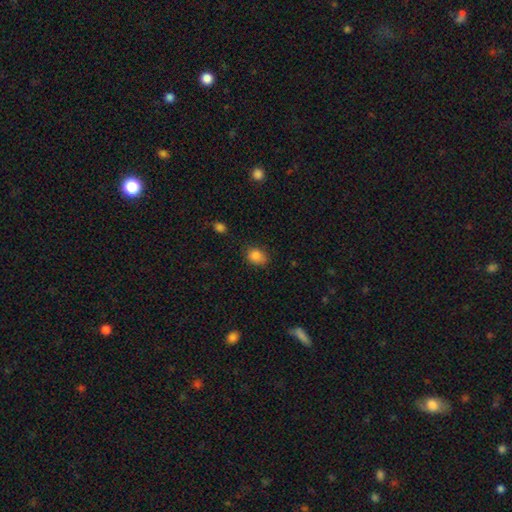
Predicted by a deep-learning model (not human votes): Smooth or featured: smooth — 85% (star or artifact — 10%)
How rounded: in between — 55% (round — 44%)
Merging: none — 72% (minor disturbance — 21%)